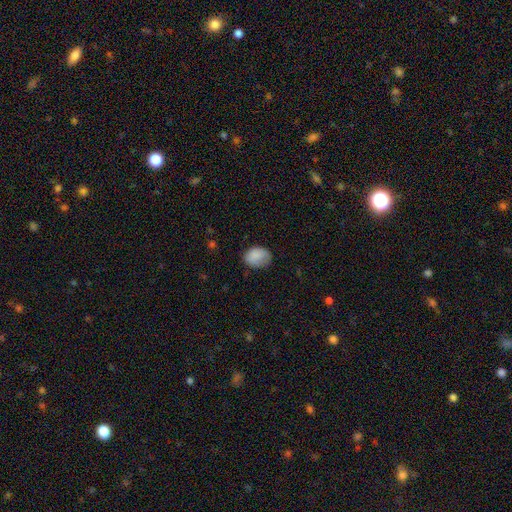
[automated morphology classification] smooth 85%, star or artifact 8%, featured or disk 7%. Down the decision tree: how rounded — in between (67%); merging — none (69%).